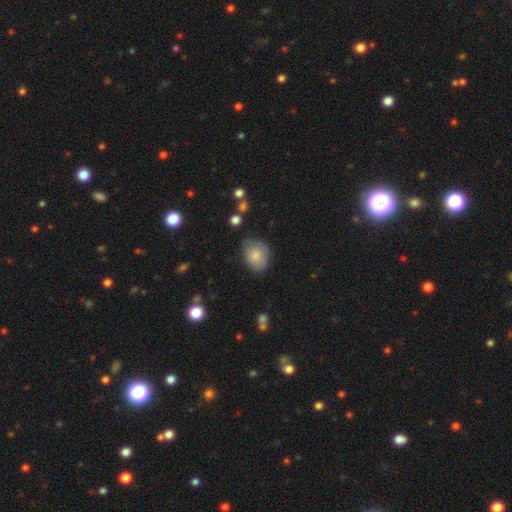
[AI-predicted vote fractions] Smooth or featured? smooth (77%)
How rounded? in between (57%)
Merging? none (59%)